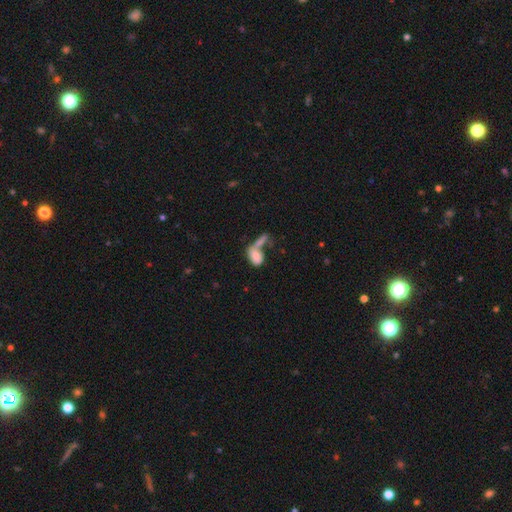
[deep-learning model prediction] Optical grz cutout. It shows a smooth galaxy with no disk features (78%) that is in between round and cigar-shaped (90%). Merging: merger (56%).